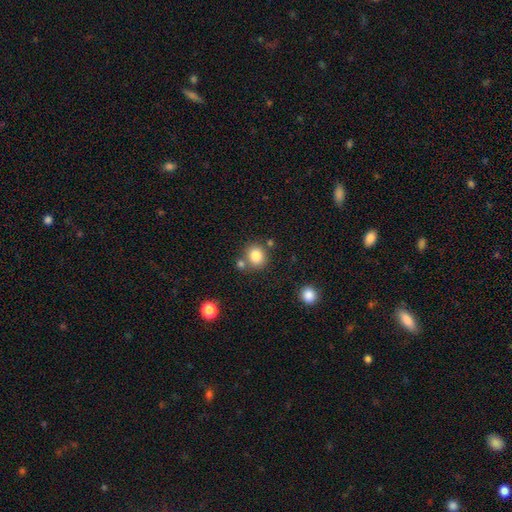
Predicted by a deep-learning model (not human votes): Smooth or featured? smooth (82%)
How rounded? round (78%)
Merging? none (69%)